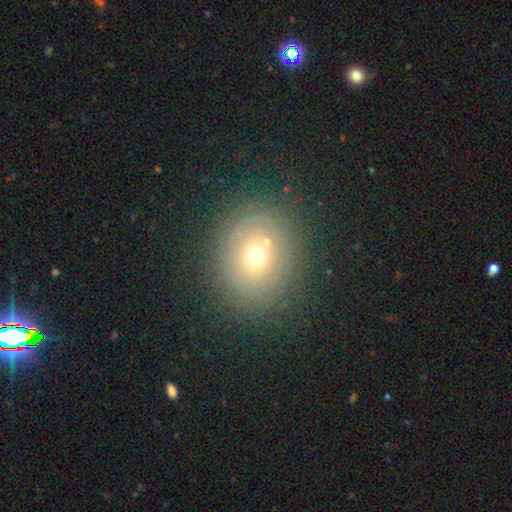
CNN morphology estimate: Smooth or featured: smooth — 57% (featured or disk — 25%)
How rounded: round — 68% (in between — 31%)
Merging: none — 77% (minor disturbance — 12%)